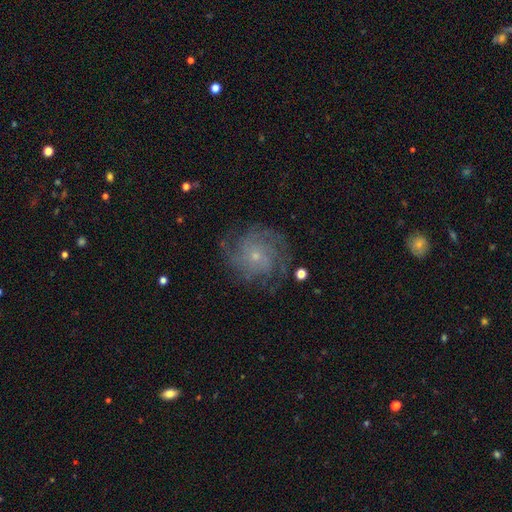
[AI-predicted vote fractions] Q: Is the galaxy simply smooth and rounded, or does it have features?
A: featured or disk — 77%.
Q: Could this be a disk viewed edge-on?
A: no — 97%.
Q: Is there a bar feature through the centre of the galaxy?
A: no — 80%.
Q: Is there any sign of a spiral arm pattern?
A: yes — 93%.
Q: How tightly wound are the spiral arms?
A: tight — 53%.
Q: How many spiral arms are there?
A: can't tell — 31%.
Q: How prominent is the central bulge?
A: small — 78%.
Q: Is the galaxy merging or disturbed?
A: none — 73%.